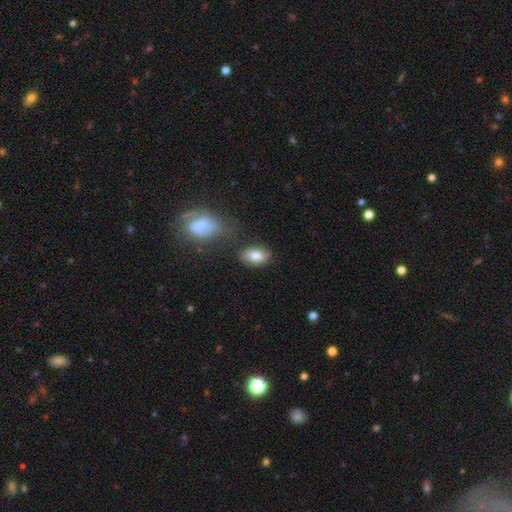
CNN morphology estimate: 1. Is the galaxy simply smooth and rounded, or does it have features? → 78% smooth, 14% featured or disk, 8% star or artifact.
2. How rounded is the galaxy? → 88% in between, 10% round, 2% cigar-shaped.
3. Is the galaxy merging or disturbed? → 76% none, 13% minor disturbance, 7% merger, 4% major disturbance.